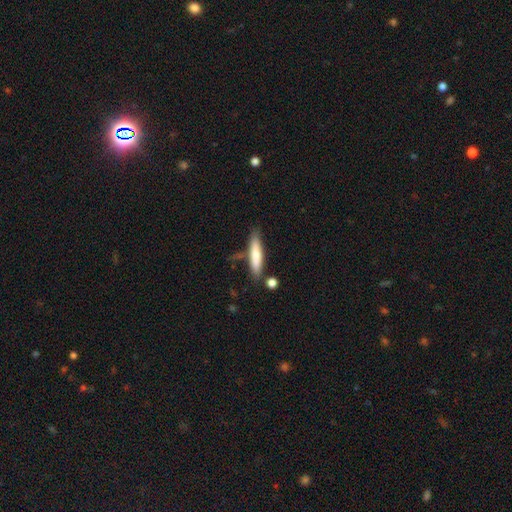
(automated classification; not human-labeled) Q: Smooth or featured?
A: smooth (72%); runner-up: featured or disk (23%)
Q: How rounded?
A: cigar-shaped (80%); runner-up: in between (18%)
Q: Merging?
A: none (72%); runner-up: minor disturbance (17%)